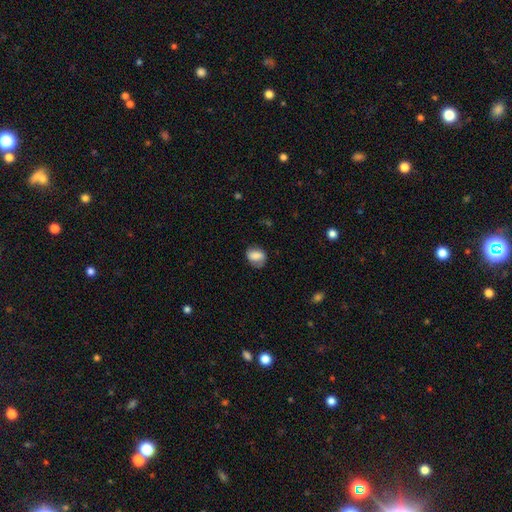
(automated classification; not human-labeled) Smooth or featured? Predicted: smooth (p=0.77). How rounded? Predicted: in between (p=0.68). Merging? Predicted: none (p=0.63).